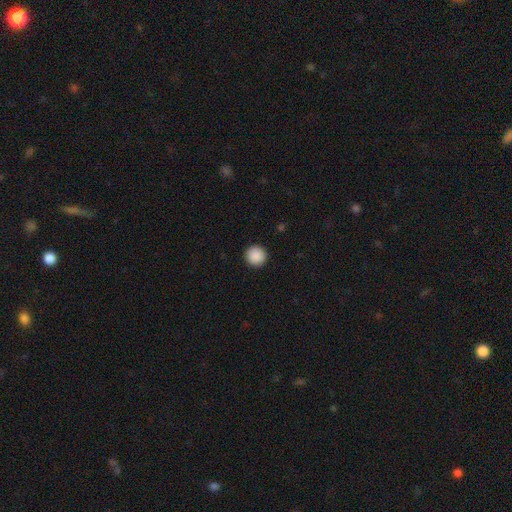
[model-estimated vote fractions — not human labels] Smooth or featured? smooth (90%)
How rounded? round (96%)
Merging? none (93%)